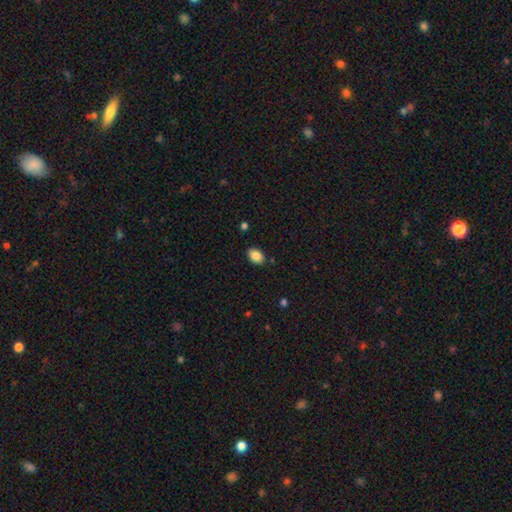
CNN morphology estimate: Q: Smooth or featured?
A: smooth (87%); runner-up: star or artifact (8%)
Q: How rounded?
A: in between (81%); runner-up: round (18%)
Q: Merging?
A: none (86%); runner-up: minor disturbance (10%)